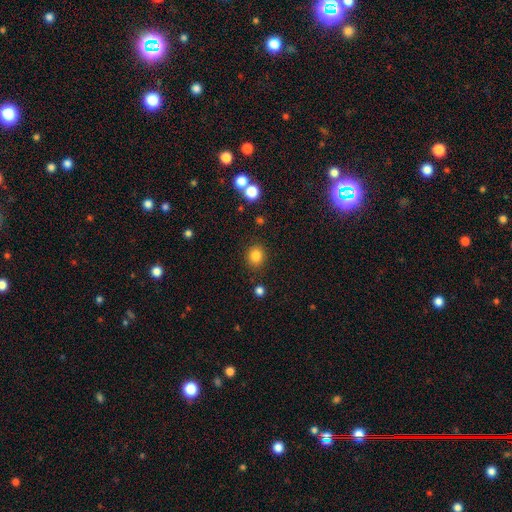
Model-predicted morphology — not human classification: Smooth or featured?
  - smooth: 83% *
  - star or artifact: 11%
  - featured or disk: 5%
How rounded?
  - round: 72% *
  - in between: 27%
  - cigar-shaped: 1%
Merging?
  - none: 87% *
  - minor disturbance: 8%
  - major disturbance: 3%
  - merger: 2%